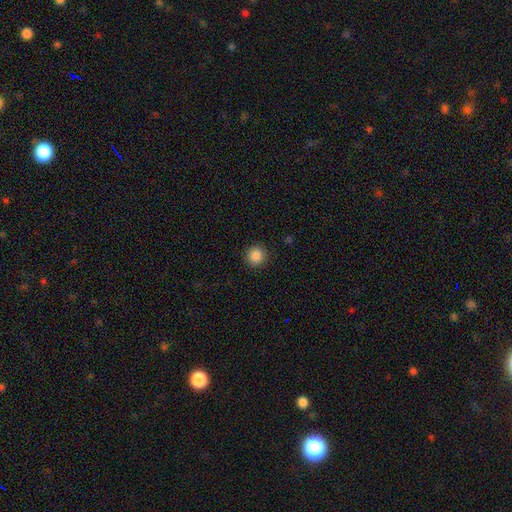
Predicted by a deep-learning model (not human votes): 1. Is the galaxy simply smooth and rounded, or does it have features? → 87% smooth, 10% star or artifact, 3% featured or disk.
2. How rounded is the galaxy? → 93% round, 6% in between, 1% cigar-shaped.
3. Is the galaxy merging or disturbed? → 91% none, 6% minor disturbance, 2% major disturbance, 1% merger.